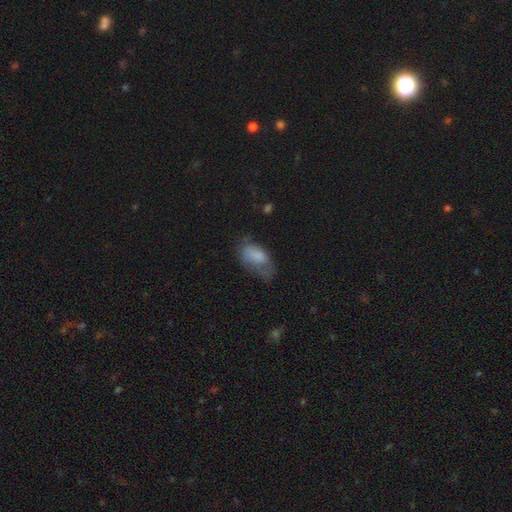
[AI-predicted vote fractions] Smooth or featured? smooth (72%)
How rounded? in between (92%)
Merging? major disturbance (33%)